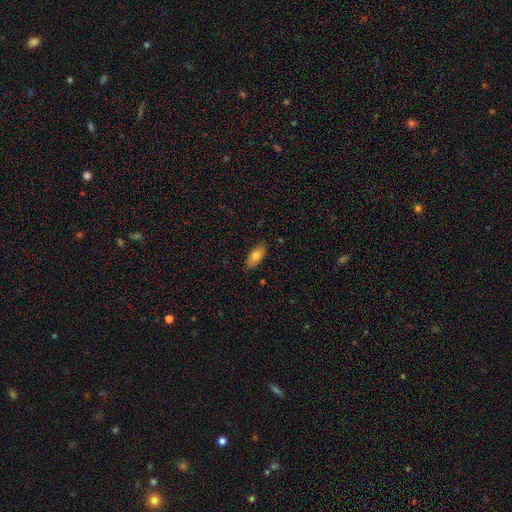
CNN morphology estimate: Smooth or featured? Predicted: smooth (p=0.75). How rounded? Predicted: in between (p=0.88). Merging? Predicted: none (p=0.86).